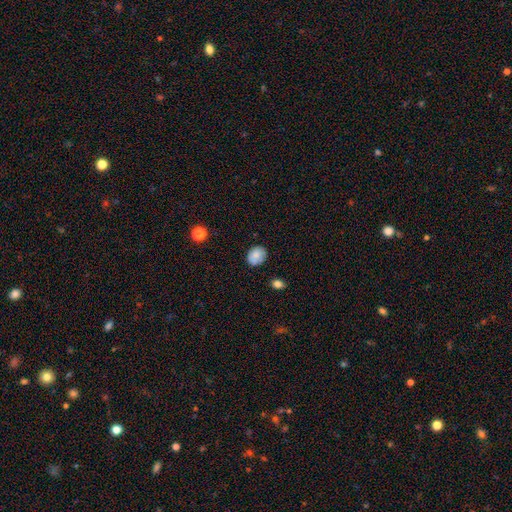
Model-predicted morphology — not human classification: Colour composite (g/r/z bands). It shows a smooth galaxy with no disk features (81%) that is in between round and cigar-shaped (50%). Merging: none (76%).